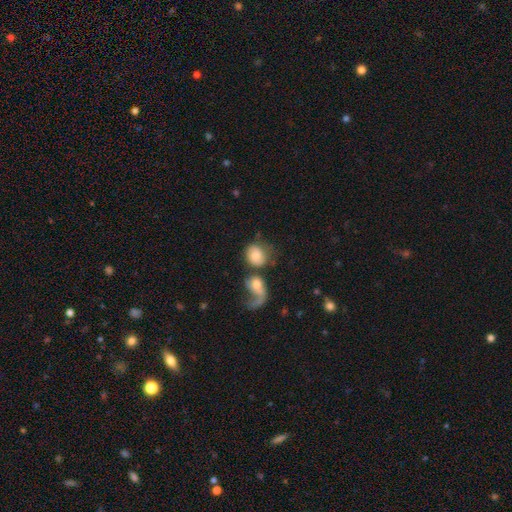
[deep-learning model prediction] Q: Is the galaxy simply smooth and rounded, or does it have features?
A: smooth — 65%.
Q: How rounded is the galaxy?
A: round — 61%.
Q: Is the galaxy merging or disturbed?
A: merger — 42%.